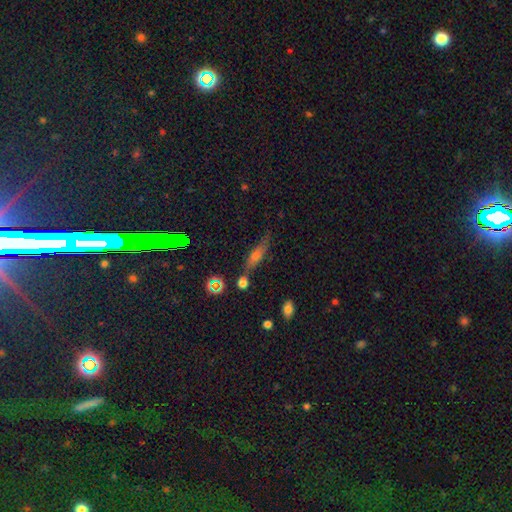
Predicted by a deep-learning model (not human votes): Morphology: type=smooth (42%); merging=none (68%).